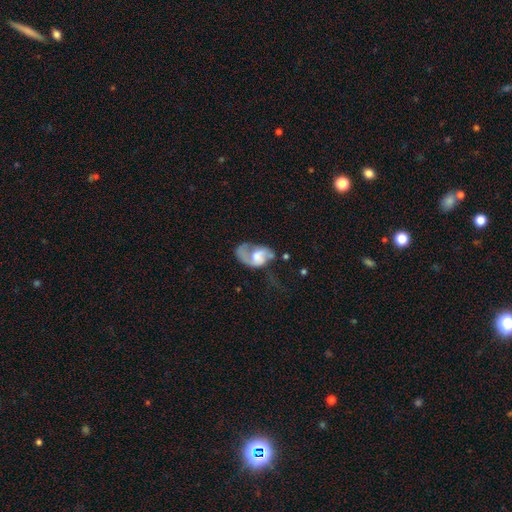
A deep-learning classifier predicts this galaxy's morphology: A featured or disk galaxy (66%) with no bar (60%), spiral arms (77%) and a moderate central bulge (44%).

Vote fractions:
- Smooth or featured? featured or disk: 66% / smooth: 27% / star or artifact: 7%
- Edge-on disk? no: 97% / yes: 3%
- Bar? no: 60% / weak: 32% / strong: 7%
- Spiral arms? yes: 77% / no: 23%
- Bulge size? moderate: 44% / large: 22% / small: 21% / none: 11% / dominant: 3%
- Merging? major disturbance: 41% / none: 28% / minor disturbance: 22% / merger: 8%